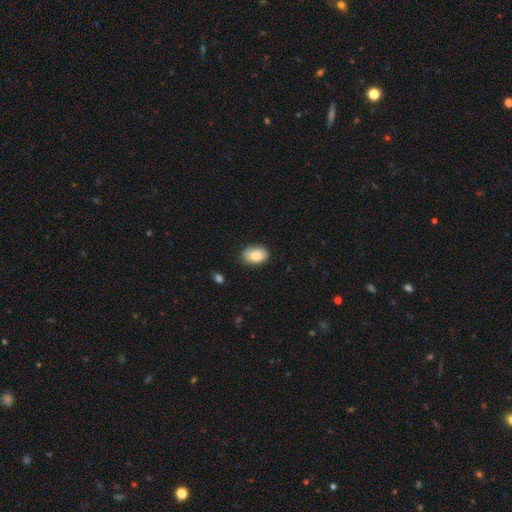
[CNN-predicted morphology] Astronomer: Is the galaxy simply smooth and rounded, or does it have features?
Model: smooth — 84%.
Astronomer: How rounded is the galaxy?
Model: in between — 81%.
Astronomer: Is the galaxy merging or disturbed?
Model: none — 85%.